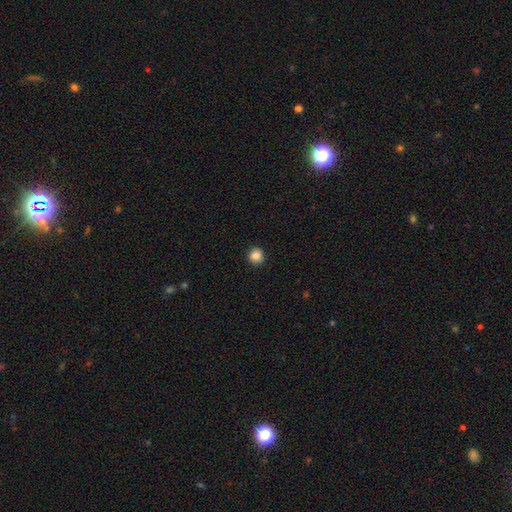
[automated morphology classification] Smooth or featured? smooth (85%)
How rounded? round (91%)
Merging? none (92%)